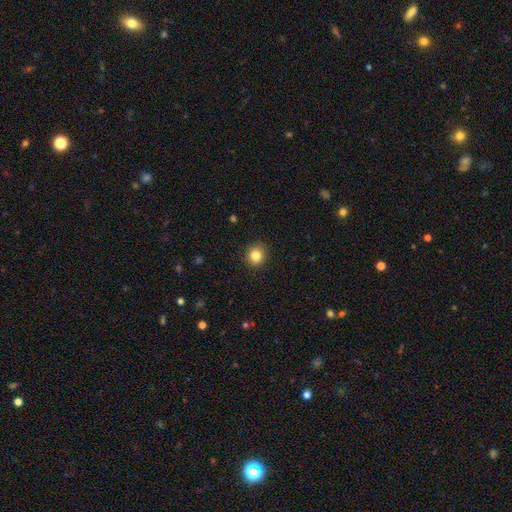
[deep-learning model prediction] Overall: smooth (84%). How rounded: round (88%). Merging: none (91%).